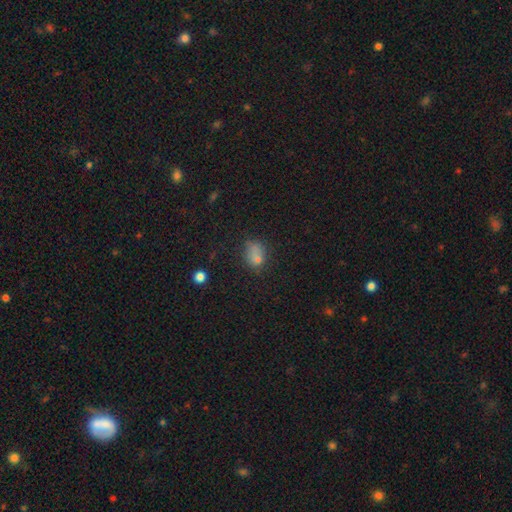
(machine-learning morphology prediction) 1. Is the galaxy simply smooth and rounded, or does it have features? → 71% smooth, 19% star or artifact, 11% featured or disk.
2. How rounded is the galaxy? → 61% in between, 38% round, 2% cigar-shaped.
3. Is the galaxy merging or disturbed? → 50% none, 27% minor disturbance, 16% major disturbance, 8% merger.